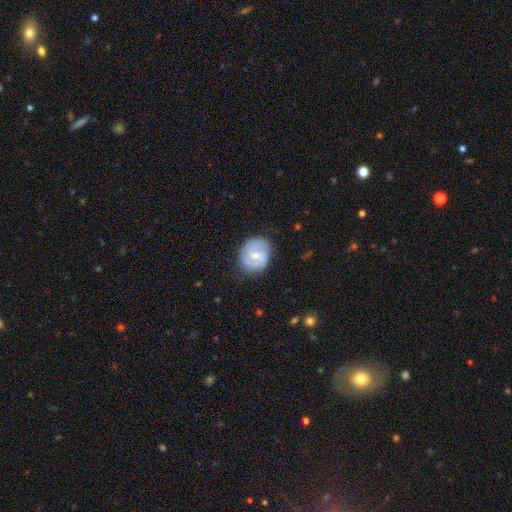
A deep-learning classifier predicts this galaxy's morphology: smooth_or_featured: featured or disk (p=0.66) [alt: smooth p=0.28]
disk_edge_on: no (p=0.98) [alt: yes p=0.02]
bar: weak (p=0.57) [alt: no p=0.31]
has_spiral_arms: yes (p=0.88) [alt: no p=0.12]
spiral_winding: medium (p=0.46) [alt: tight p=0.37]
spiral_arm_count: 2 (p=0.71) [alt: can't tell p=0.15]
bulge_size: small (p=0.57) [alt: moderate p=0.38]
merging: none (p=0.77) [alt: minor disturbance p=0.17]